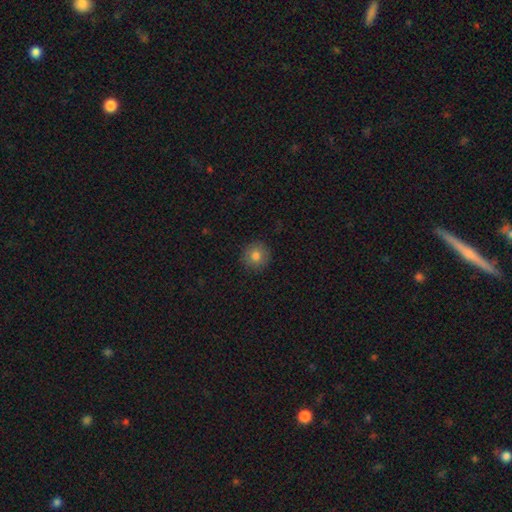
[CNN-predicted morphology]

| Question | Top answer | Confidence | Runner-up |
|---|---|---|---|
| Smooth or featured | smooth | 80% | star or artifact (10%) |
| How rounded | round | 93% | in between (6%) |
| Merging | none | 90% | minor disturbance (7%) |